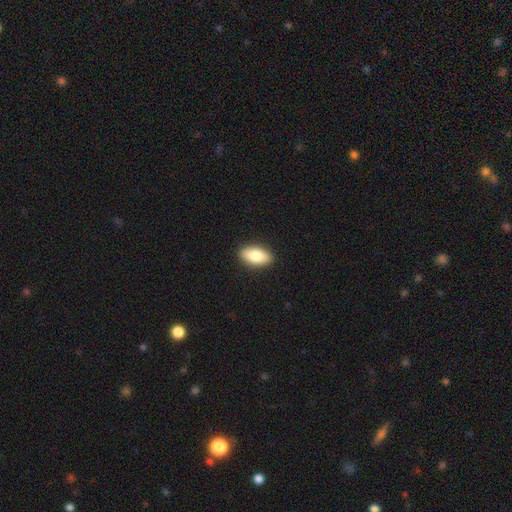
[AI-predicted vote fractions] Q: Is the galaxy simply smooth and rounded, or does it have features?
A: smooth — 80%.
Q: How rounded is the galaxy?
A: in between — 90%.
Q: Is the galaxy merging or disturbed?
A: none — 90%.